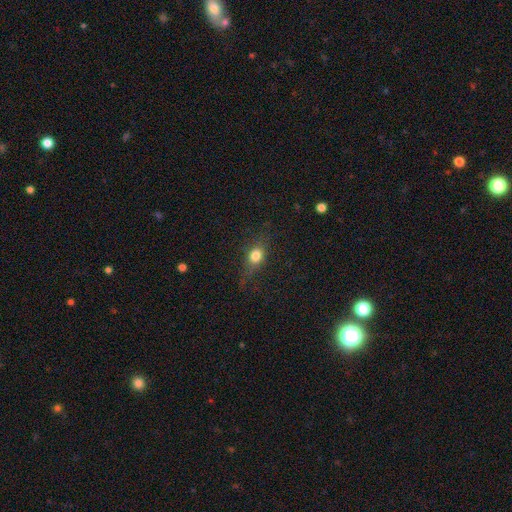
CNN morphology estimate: A smooth galaxy with no disk features (72%) that is in between round and cigar-shaped (49%). Merging: none (70%).